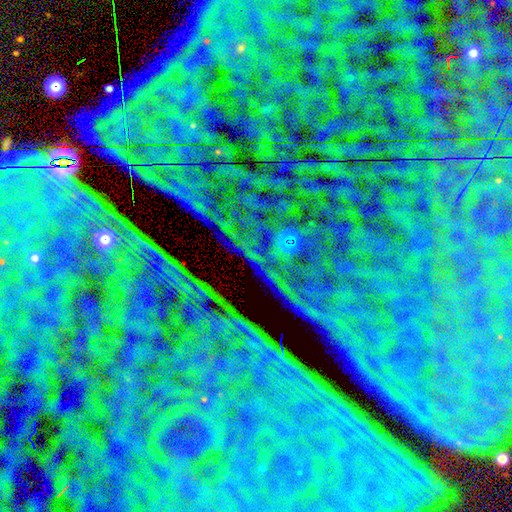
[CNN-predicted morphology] Smooth or featured? Predicted: star or artifact (p=0.87).